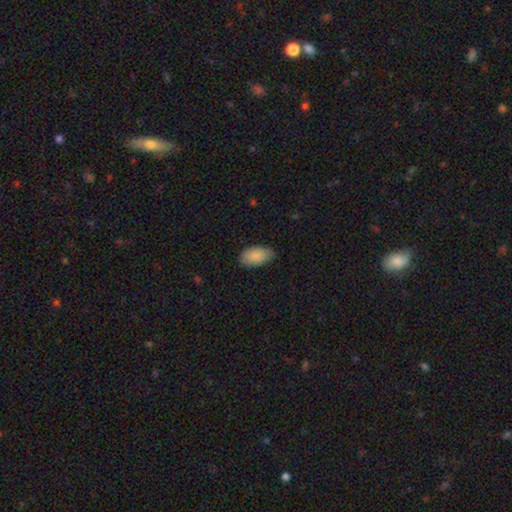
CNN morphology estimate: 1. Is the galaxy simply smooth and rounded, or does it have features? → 88% smooth, 6% featured or disk, 6% star or artifact.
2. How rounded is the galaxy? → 95% in between, 3% round, 2% cigar-shaped.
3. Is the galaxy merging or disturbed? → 76% none, 20% minor disturbance, 3% major disturbance, 1% merger.